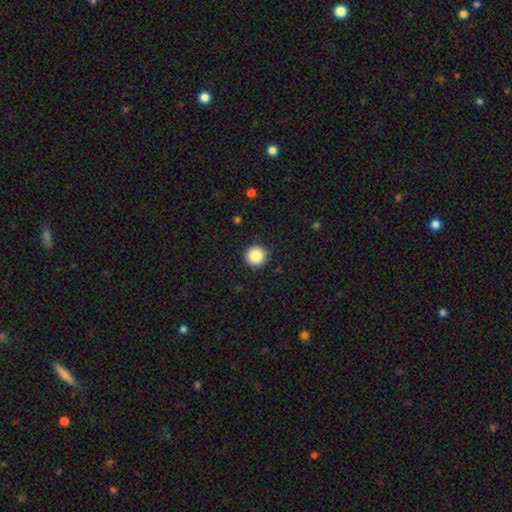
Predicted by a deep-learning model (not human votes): This appears to be a smooth galaxy with no disk features (86%) that is round (96%). Merging: none (91%).